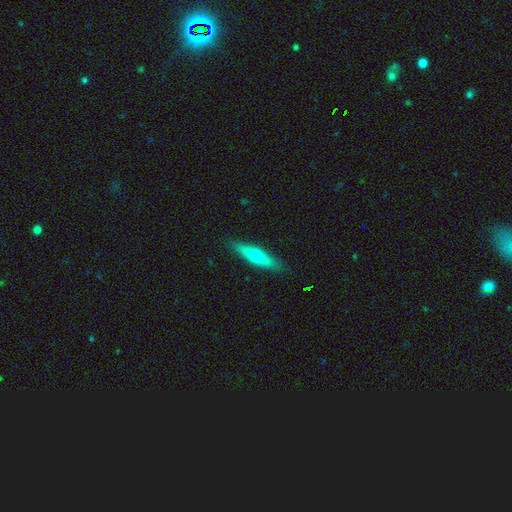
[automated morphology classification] Smooth or featured? Predicted: smooth (p=0.50). Merging? Predicted: none (p=0.88).